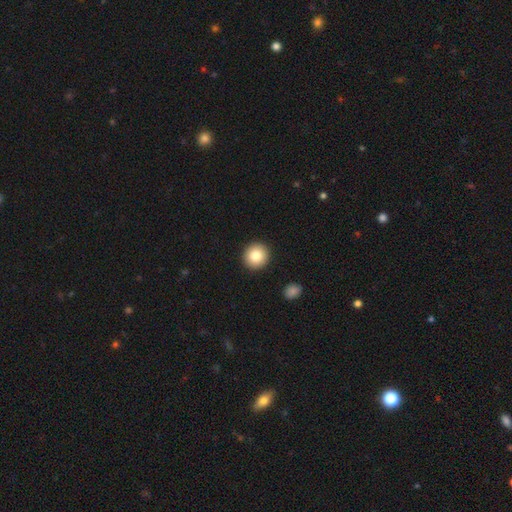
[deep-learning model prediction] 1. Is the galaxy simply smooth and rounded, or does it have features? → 83% smooth, 9% featured or disk, 9% star or artifact.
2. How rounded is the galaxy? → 94% round, 6% in between, 1% cigar-shaped.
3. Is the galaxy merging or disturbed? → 92% none, 5% minor disturbance, 2% major disturbance, 1% merger.